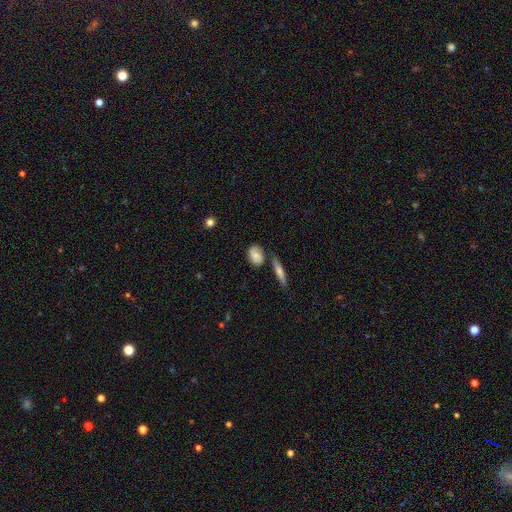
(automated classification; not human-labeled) Smooth or featured?
  - smooth: 73% *
  - featured or disk: 19%
  - star or artifact: 8%
How rounded?
  - in between: 70% *
  - round: 25%
  - cigar-shaped: 5%
Merging?
  - none: 59% *
  - minor disturbance: 21%
  - merger: 13%
  - major disturbance: 6%